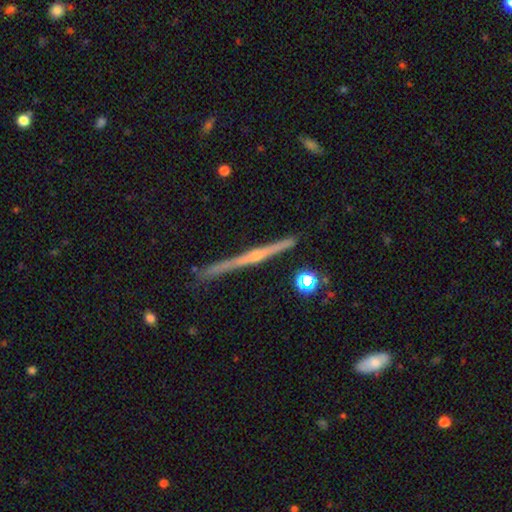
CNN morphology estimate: A featured or disk galaxy (83%) viewed edge-on (98%) with a rounded central bulge (80%). Merging: none (88%).